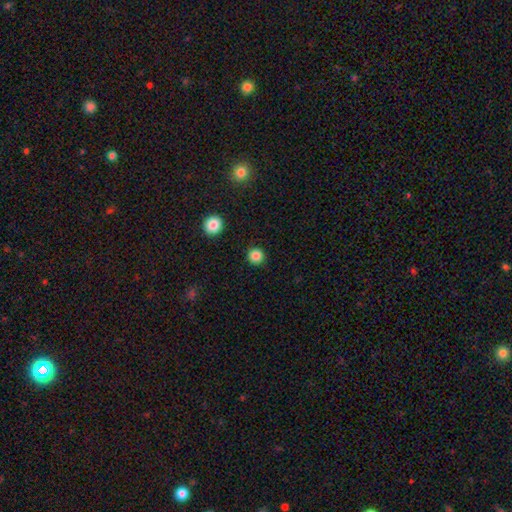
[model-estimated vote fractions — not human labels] smooth_or_featured: smooth (p=0.85) [alt: star or artifact p=0.12]
how_rounded: round (p=0.95) [alt: in between p=0.04]
merging: none (p=0.92) [alt: minor disturbance p=0.05]